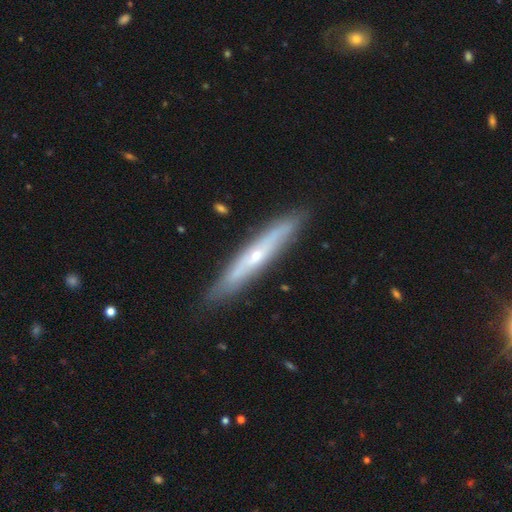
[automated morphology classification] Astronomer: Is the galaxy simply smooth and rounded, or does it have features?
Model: featured or disk — 64%.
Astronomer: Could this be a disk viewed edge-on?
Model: yes — 81%.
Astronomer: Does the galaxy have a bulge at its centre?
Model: rounded — 71%.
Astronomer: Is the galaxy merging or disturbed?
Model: none — 86%.